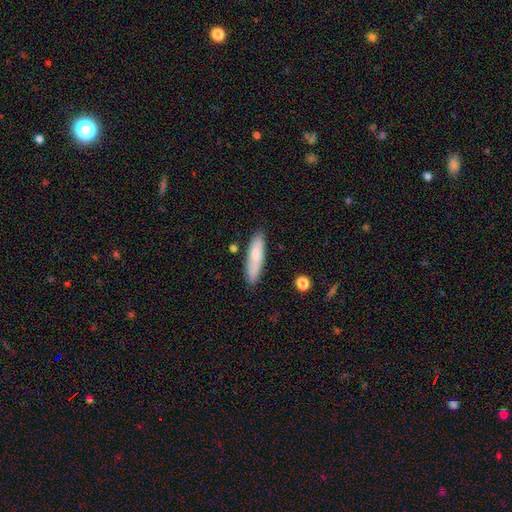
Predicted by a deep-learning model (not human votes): smooth 76%, featured or disk 18%, star or artifact 7%. Down the decision tree: how rounded — cigar-shaped (69%); merging — none (83%).